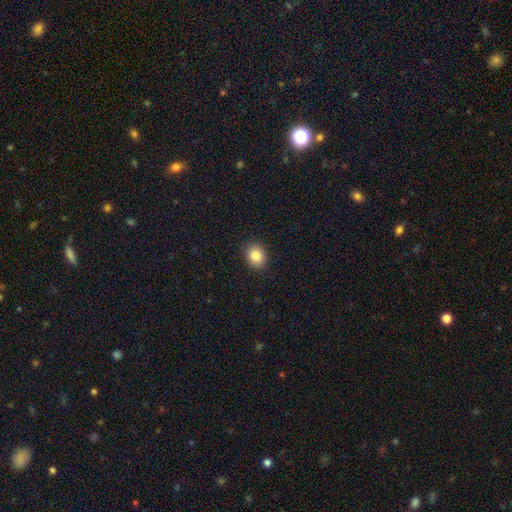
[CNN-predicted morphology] smooth_or_featured: smooth (p=0.87) [alt: star or artifact p=0.09]
how_rounded: round (p=0.50) [alt: in between p=0.49]
merging: none (p=0.89) [alt: minor disturbance p=0.08]